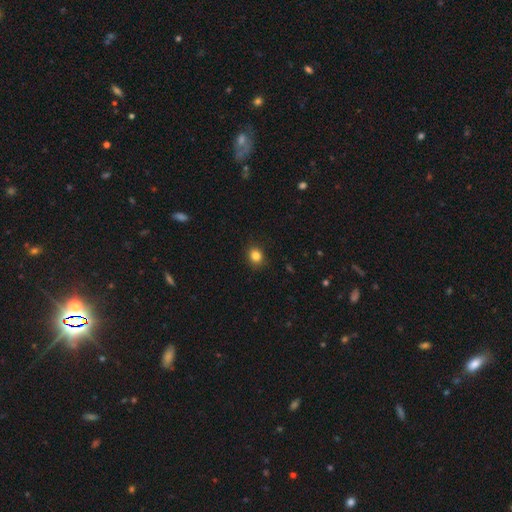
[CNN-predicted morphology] Overall: smooth (84%). How rounded: round (68%; in between 31%). Merging: none (89%).